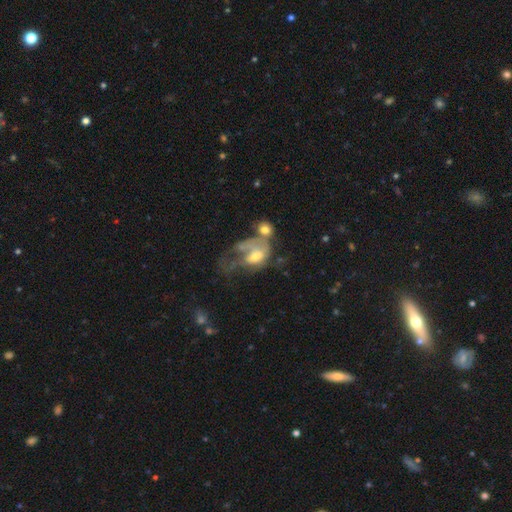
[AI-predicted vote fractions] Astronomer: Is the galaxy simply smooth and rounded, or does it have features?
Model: featured or disk — 57% (runner-up: smooth, 33%).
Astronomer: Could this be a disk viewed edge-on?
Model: no — 96%.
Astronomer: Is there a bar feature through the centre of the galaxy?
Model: no — 63%.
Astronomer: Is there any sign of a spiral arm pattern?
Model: no — 54% (runner-up: yes, 46%).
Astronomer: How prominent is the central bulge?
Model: moderate — 54%.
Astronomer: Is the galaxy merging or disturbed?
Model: major disturbance — 41% (runner-up: merger, 36%).